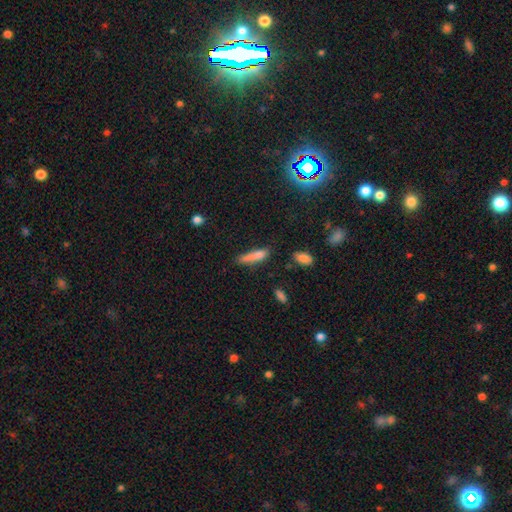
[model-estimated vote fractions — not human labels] Smooth or featured: smooth — 75% (featured or disk — 17%)
How rounded: cigar-shaped — 79% (in between — 18%)
Merging: none — 59% (minor disturbance — 27%)